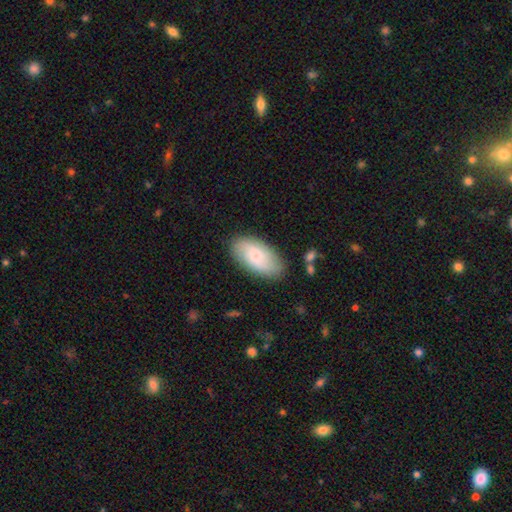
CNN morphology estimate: Smooth or featured: smooth — 61% (featured or disk — 33%)
How rounded: in between — 93% (round — 4%)
Merging: none — 82% (minor disturbance — 13%)